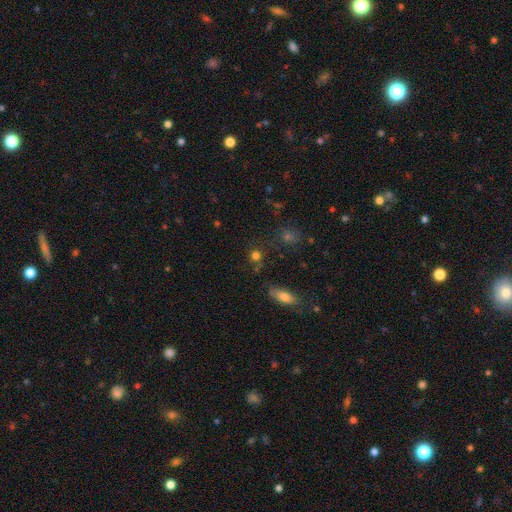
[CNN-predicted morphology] Q: Smooth or featured?
A: smooth (77%); runner-up: star or artifact (17%)
Q: How rounded?
A: round (84%); runner-up: in between (14%)
Q: Merging?
A: none (75%); runner-up: minor disturbance (12%)